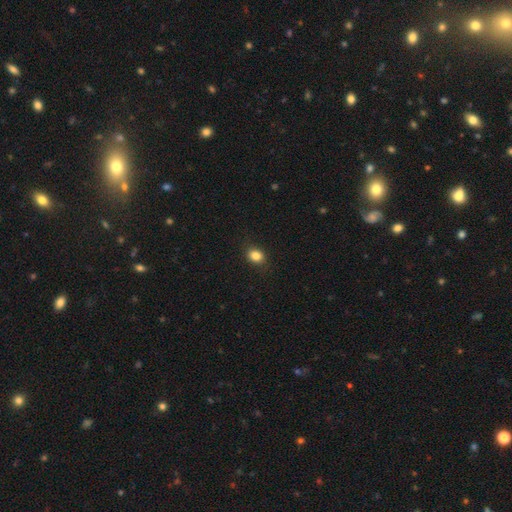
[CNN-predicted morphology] type=smooth (85%); roundness=round (50%); merging=none (86%).